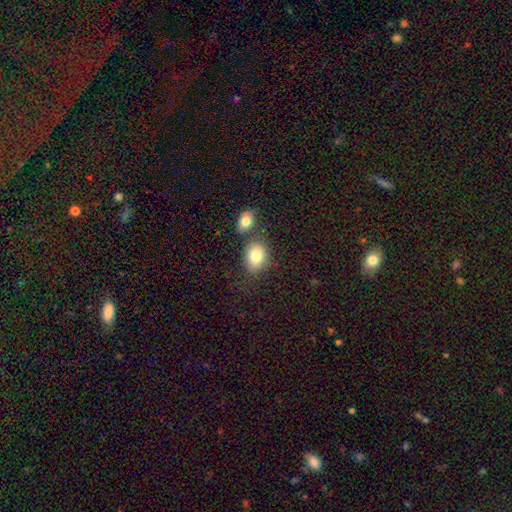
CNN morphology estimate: A smooth galaxy with no disk features (81%) that is in between round and cigar-shaped (66%). Merging: none (61%).